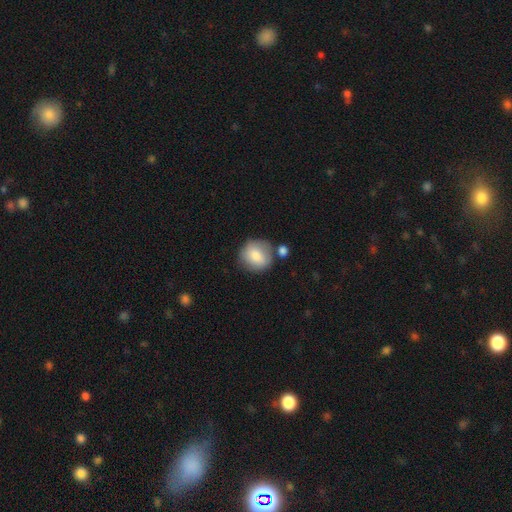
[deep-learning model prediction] This is likely a smooth galaxy (79%). How rounded: clearly round (83%). Merging: likely none (67%).